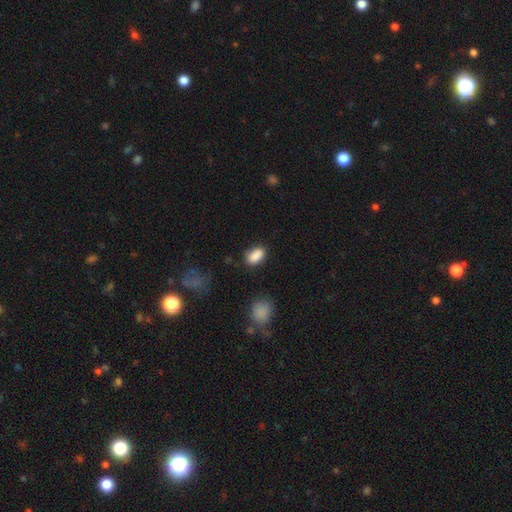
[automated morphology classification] Smooth or featured?
  - smooth: 88% *
  - star or artifact: 8%
  - featured or disk: 4%
How rounded?
  - in between: 90% *
  - round: 8%
  - cigar-shaped: 2%
Merging?
  - none: 77% *
  - minor disturbance: 16%
  - major disturbance: 4%
  - merger: 3%